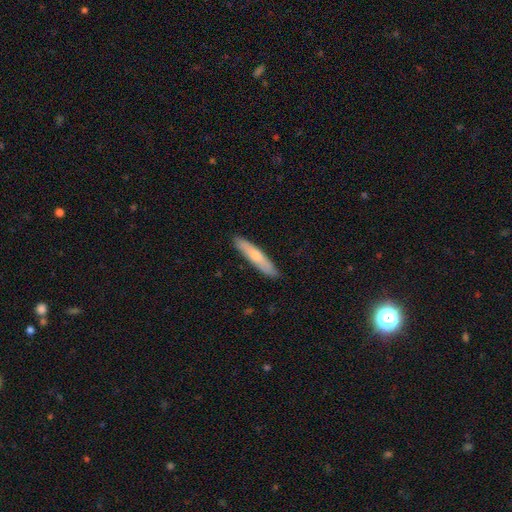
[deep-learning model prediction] Overall: smooth (63%; featured or disk 32%). How rounded: cigar-shaped (89%). Merging: none (89%).